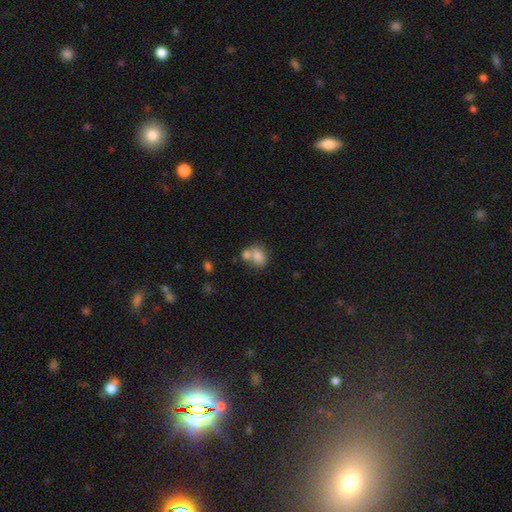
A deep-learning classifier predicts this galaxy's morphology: smooth 78%, featured or disk 12%, star or artifact 9%. Down the decision tree: how rounded — in between (66%); merging — merger (52%).